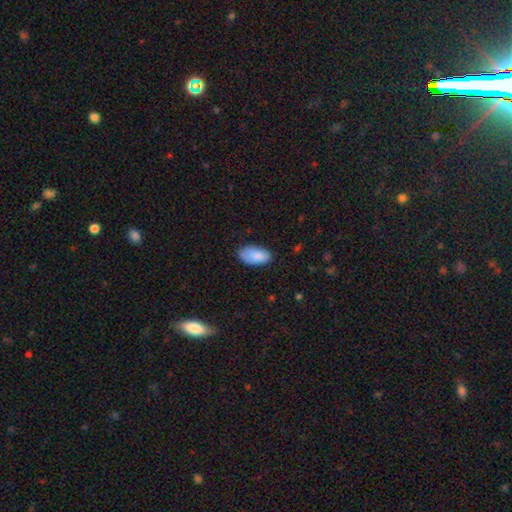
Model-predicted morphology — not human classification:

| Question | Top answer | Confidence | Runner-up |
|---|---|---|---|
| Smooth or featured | smooth | 86% | featured or disk (8%) |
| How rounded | in between | 95% | round (3%) |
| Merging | none | 73% | minor disturbance (22%) |